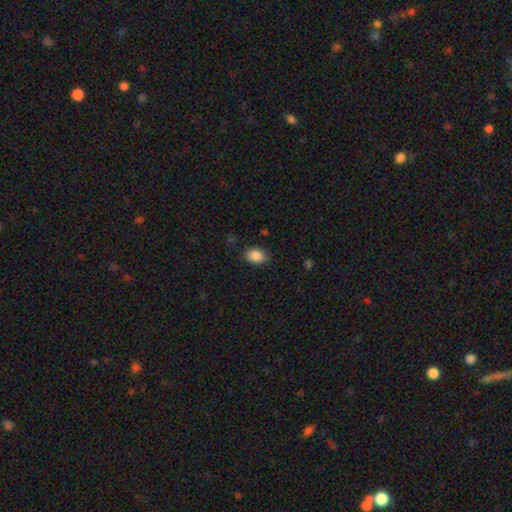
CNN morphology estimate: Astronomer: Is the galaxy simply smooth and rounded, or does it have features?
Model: smooth — 87%.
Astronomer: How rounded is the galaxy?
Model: in between — 76%.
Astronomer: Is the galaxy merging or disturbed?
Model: none — 83%.